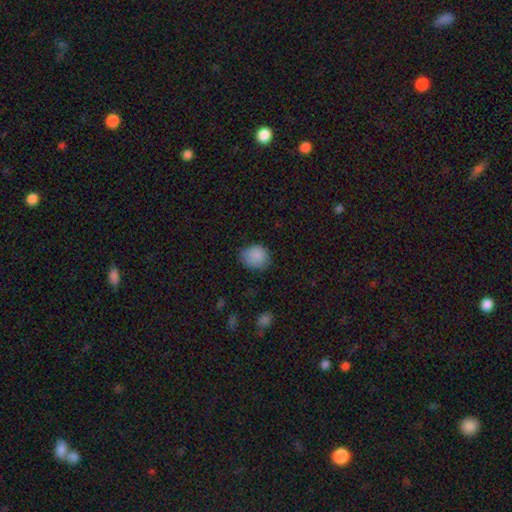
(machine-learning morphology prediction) Overall: smooth (87%). How rounded: round (68%; in between 31%). Merging: none (71%).